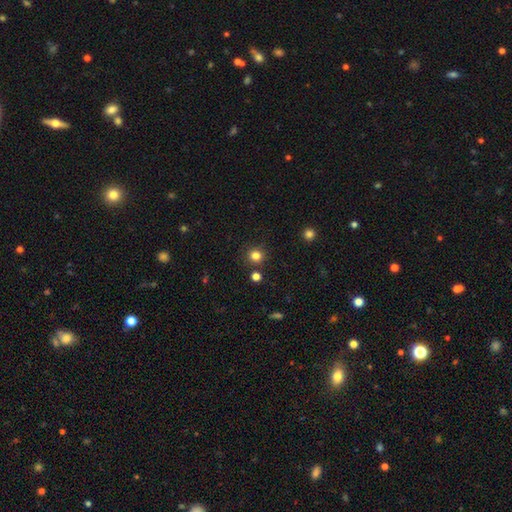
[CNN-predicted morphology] Smooth or featured? smooth (81%)
How rounded? round (92%)
Merging? none (86%)